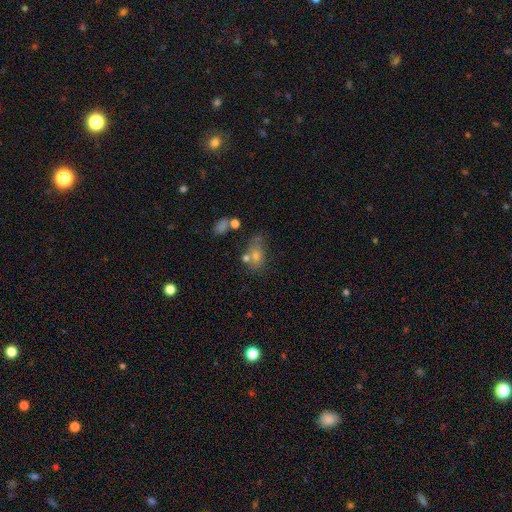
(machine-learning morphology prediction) A smooth galaxy with no disk features (57%) that is in between round and cigar-shaped (72%). Merging: none (44%).